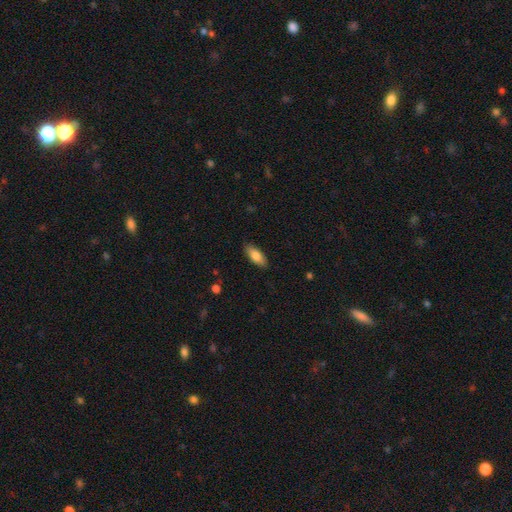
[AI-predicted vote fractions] A smooth galaxy with no disk features (83%) that is in between round and cigar-shaped (82%).

Vote fractions:
- Smooth or featured? smooth: 83% / featured or disk: 11% / star or artifact: 6%
- How rounded? in between: 82% / cigar-shaped: 16% / round: 2%
- Merging? none: 87% / minor disturbance: 10% / major disturbance: 2% / merger: 1%